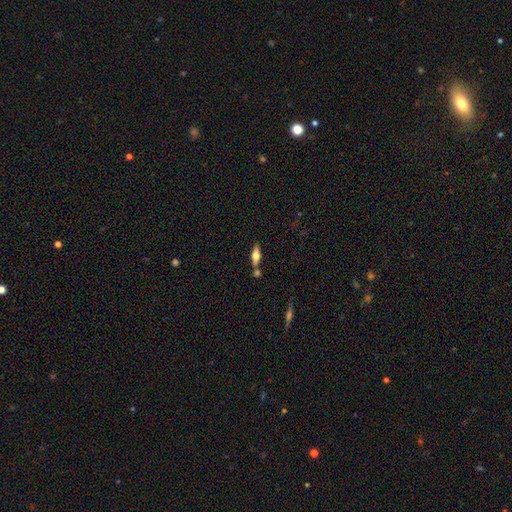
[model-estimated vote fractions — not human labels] The model was most divided on "smooth or featured": featured or disk: 53%, smooth: 40%, star or artifact: 7%. More confident: edge-on disk — yes (93%); merging — none (70%).